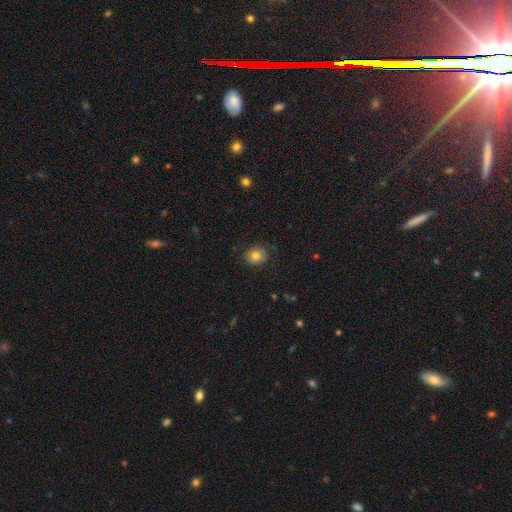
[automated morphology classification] Overall: smooth (78%). How rounded: round (76%). Merging: none (80%).